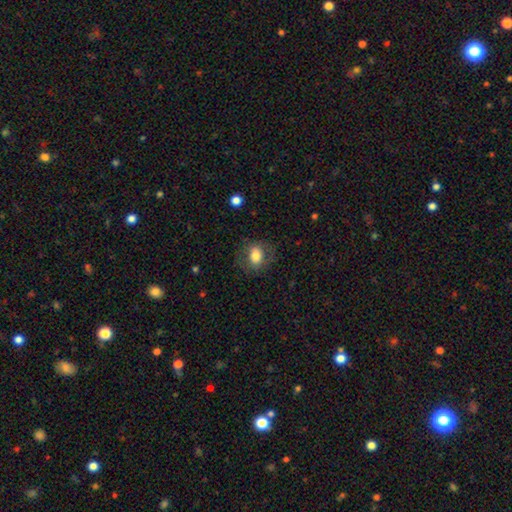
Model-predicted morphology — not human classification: The model was most divided on "how rounded": in between: 56%, round: 43%, cigar-shaped: 1%. More confident: merging — none (74%); smooth or featured — smooth (73%).